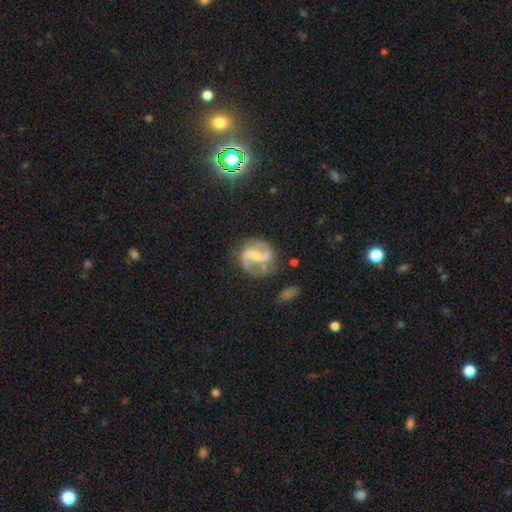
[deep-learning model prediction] Smooth or featured? featured or disk (82%)
Edge-on disk? no (97%)
Bar? weak (41%)
Spiral arms? yes (93%)
Spiral winding? medium (44%)
Spiral arm count? 2 (89%)
Bulge size? small (54%)
Merging? none (68%)